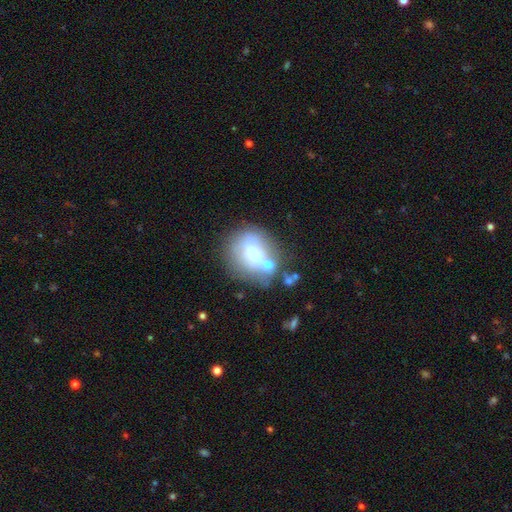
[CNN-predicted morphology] smooth 53%, featured or disk 35%, star or artifact 12%. Down the decision tree: how rounded — round (64%); merging — none (48%).